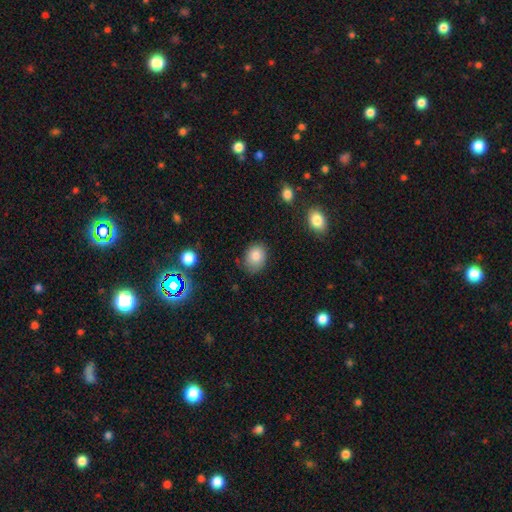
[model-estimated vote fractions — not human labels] The model was most divided on "how rounded": in between: 53%, round: 47%, cigar-shaped: 1%. More confident: smooth or featured — smooth (82%); merging — none (74%).